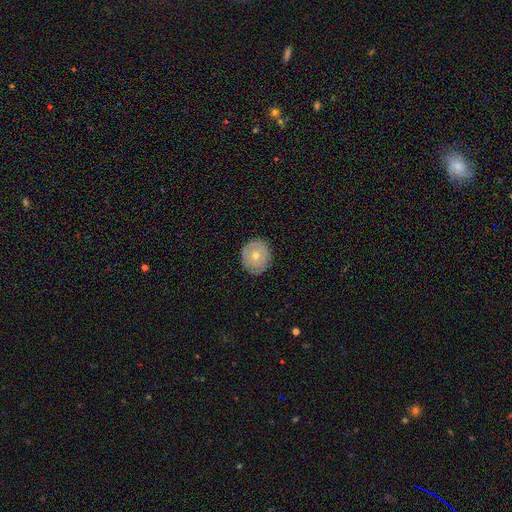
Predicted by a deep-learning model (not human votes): The model was most divided on "smooth or featured": smooth: 57%, featured or disk: 35%, star or artifact: 8%. More confident: merging — none (88%); how rounded — round (84%).